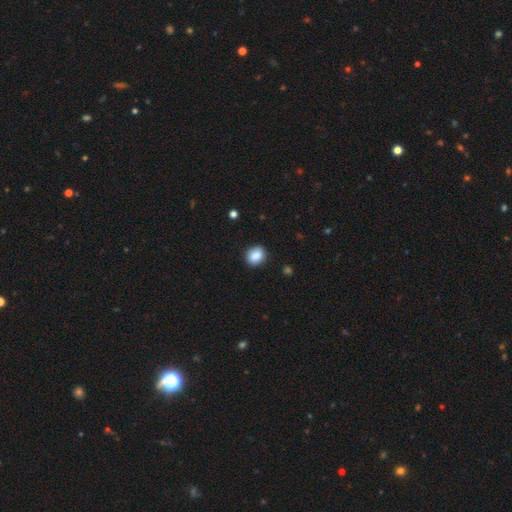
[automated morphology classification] smooth-or-featured: smooth: 87% | star or artifact: 8% | featured or disk: 5%
  how-rounded: round: 54% | in between: 45% | cigar-shaped: 1%
  merging: none: 85% | minor disturbance: 11% | major disturbance: 3% | merger: 1%